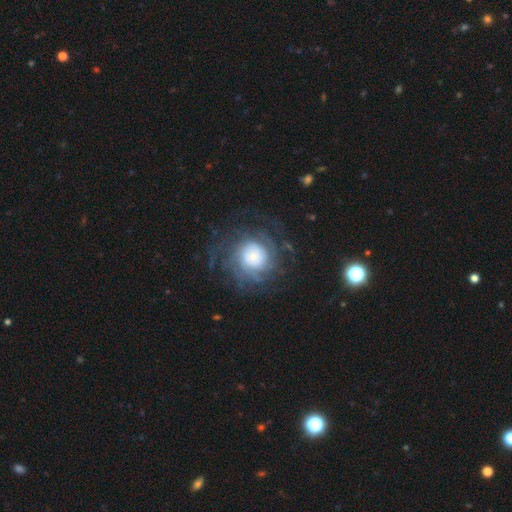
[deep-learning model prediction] Smooth or featured? Predicted: featured or disk (p=0.68). Edge-on disk? Predicted: no (p=0.97). Bar? Predicted: no (p=0.79). Spiral arms? Predicted: yes (p=0.90). Spiral winding? Predicted: tight (p=0.61). Spiral arm count? Predicted: can't tell (p=0.45). Bulge size? Predicted: large (p=0.43). Merging? Predicted: none (p=0.73).